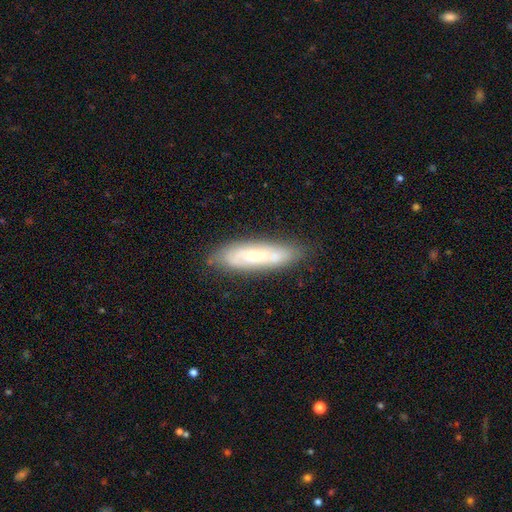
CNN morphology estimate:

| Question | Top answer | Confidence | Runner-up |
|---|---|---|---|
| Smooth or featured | featured or disk | 48% | smooth (44%) |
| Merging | none | 76% | minor disturbance (17%) |